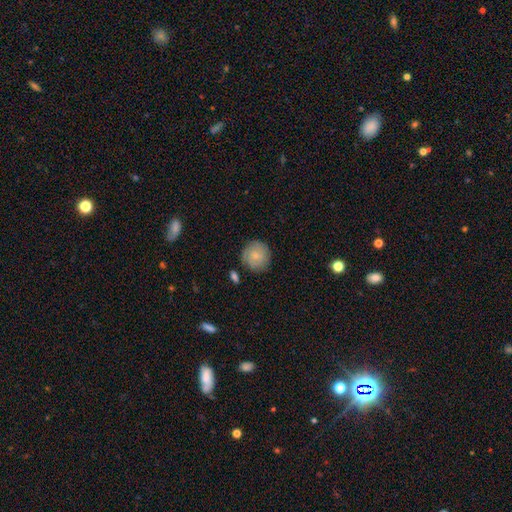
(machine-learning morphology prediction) This is likely a smooth galaxy (67%). How rounded: clearly round (92%). Merging: clearly none (81%).